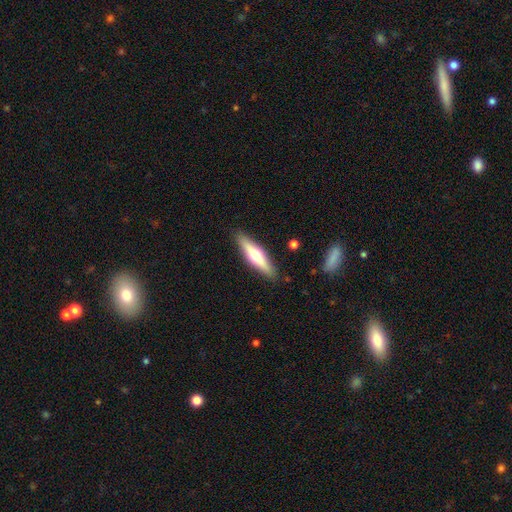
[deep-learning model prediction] Smooth or featured? Predicted: featured or disk (p=0.51). Edge-on disk? Predicted: yes (p=0.92). Merging? Predicted: none (p=0.89).